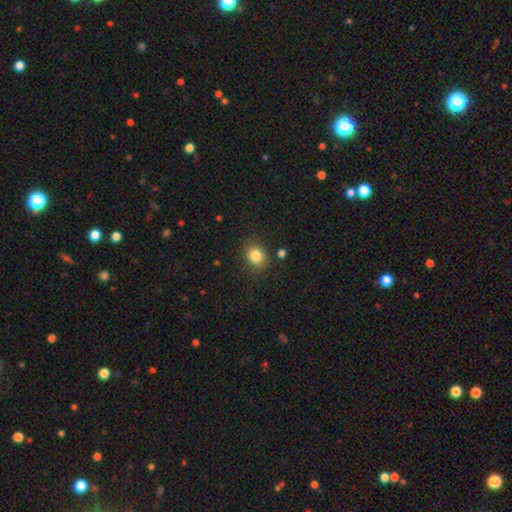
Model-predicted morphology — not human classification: This appears to be a smooth galaxy with no disk features (83%) that is round (72%). Merging: none (84%).